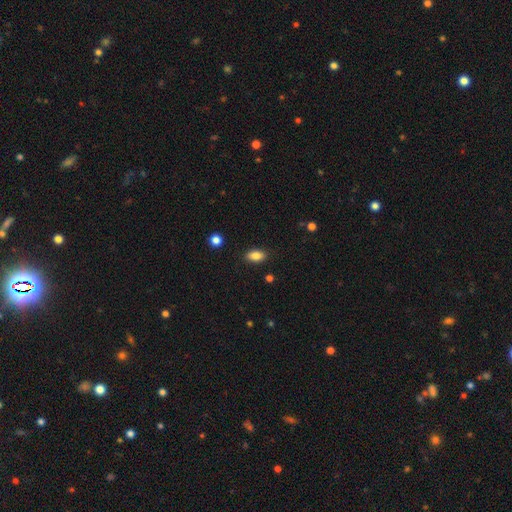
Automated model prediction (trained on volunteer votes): Smooth or featured: smooth — 86% (star or artifact — 9%)
How rounded: in between — 90% (round — 6%)
Merging: none — 88% (minor disturbance — 9%)